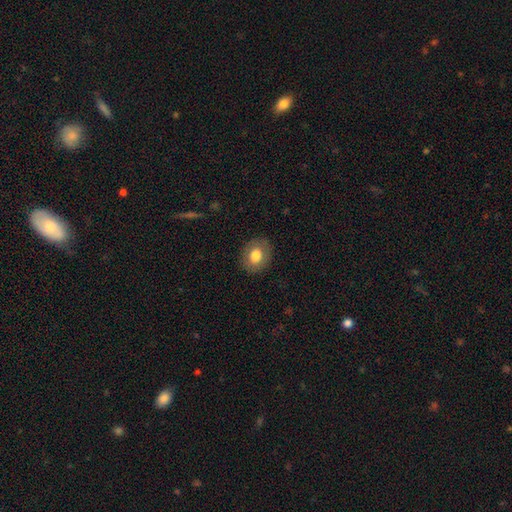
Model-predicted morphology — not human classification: A smooth galaxy with no disk features (77%) that is round (54%).

Vote fractions:
- Smooth or featured? smooth: 77% / featured or disk: 16% / star or artifact: 8%
- How rounded? round: 54% / in between: 45% / cigar-shaped: 1%
- Merging? none: 87% / minor disturbance: 9% / major disturbance: 3% / merger: 1%